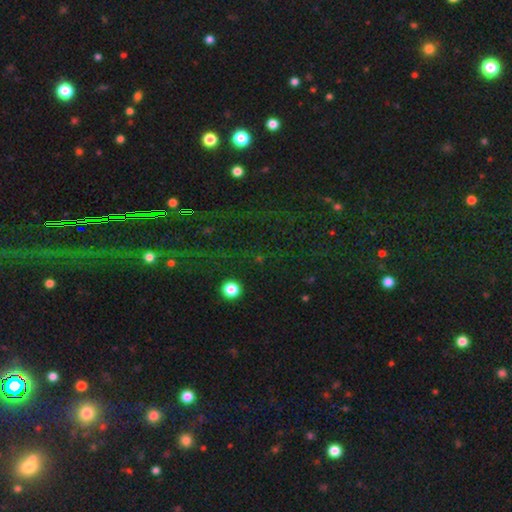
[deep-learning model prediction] Smooth or featured? star or artifact (80%)